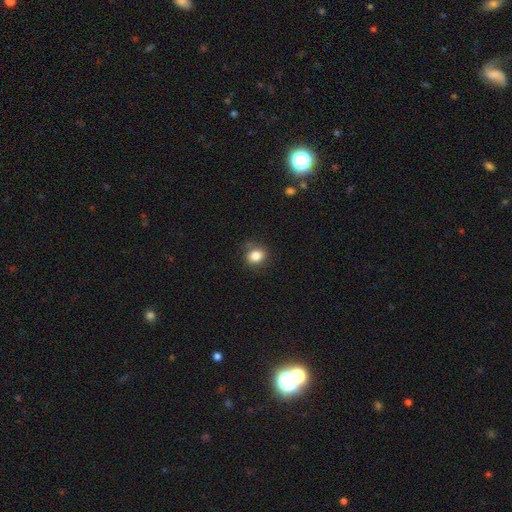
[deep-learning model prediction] A smooth galaxy with no disk features (83%) that is round (65%). Merging: none (80%).